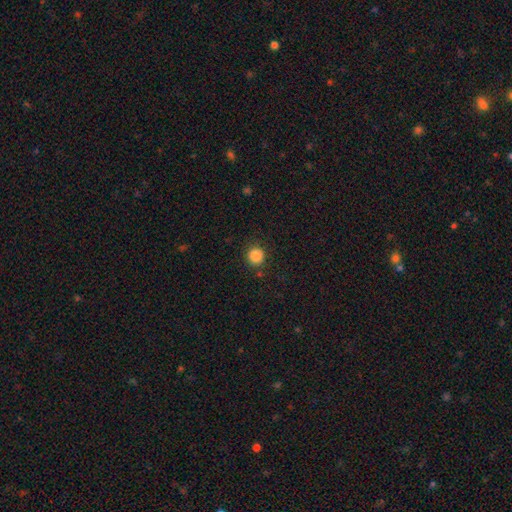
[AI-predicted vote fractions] A smooth galaxy with no disk features (86%) that is round (91%).

Vote fractions:
- Smooth or featured? smooth: 86% / star or artifact: 11% / featured or disk: 3%
- How rounded? round: 91% / in between: 8% / cigar-shaped: 1%
- Merging? none: 87% / minor disturbance: 8% / major disturbance: 3% / merger: 2%